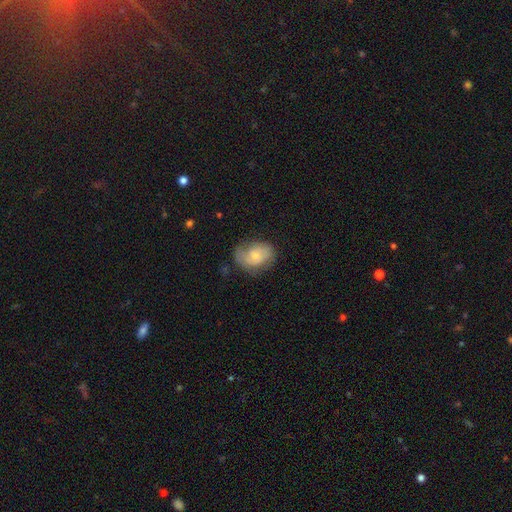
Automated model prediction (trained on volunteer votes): A smooth galaxy with no disk features (55%) that is in between round and cigar-shaped (68%). Merging: none (55%).